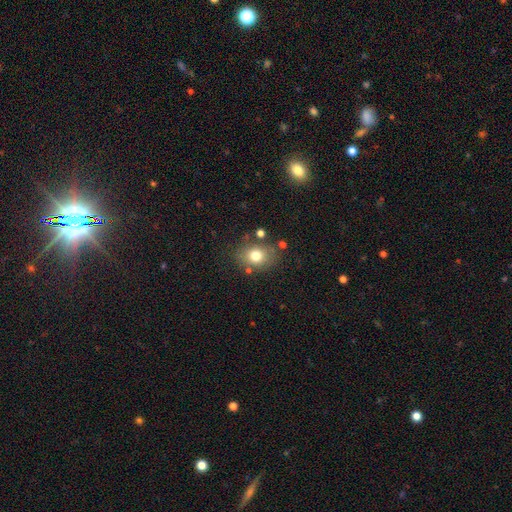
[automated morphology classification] This appears to be a smooth galaxy with no disk features (75%) that is in between round and cigar-shaped (54%). Merging: none (75%).